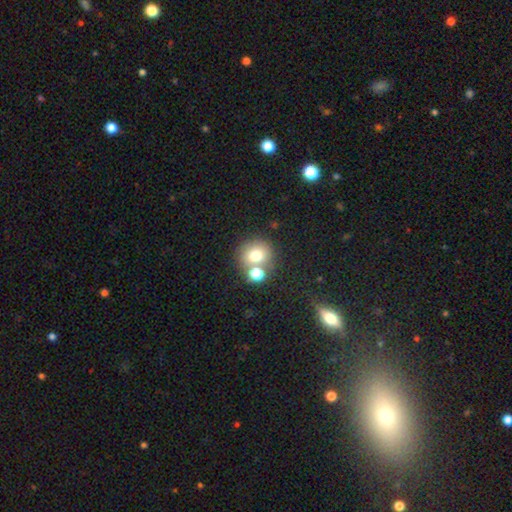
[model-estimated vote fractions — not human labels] This is likely a smooth galaxy (74%). How rounded: clearly round (82%). Merging: possibly none (52%).